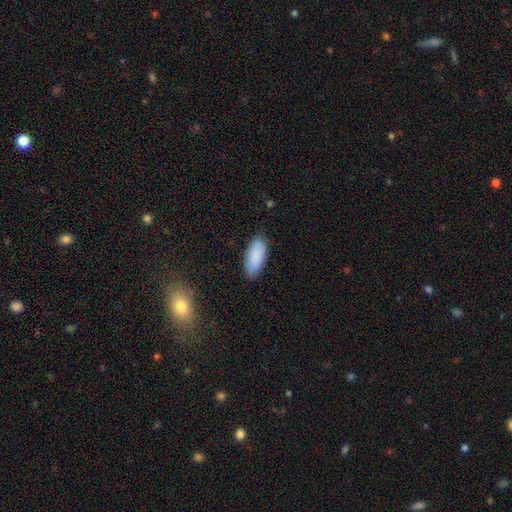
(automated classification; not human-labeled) smooth-or-featured: smooth: 89% | star or artifact: 6% | featured or disk: 5%
  how-rounded: in between: 85% | cigar-shaped: 13% | round: 2%
  merging: none: 84% | minor disturbance: 12% | major disturbance: 3% | merger: 1%